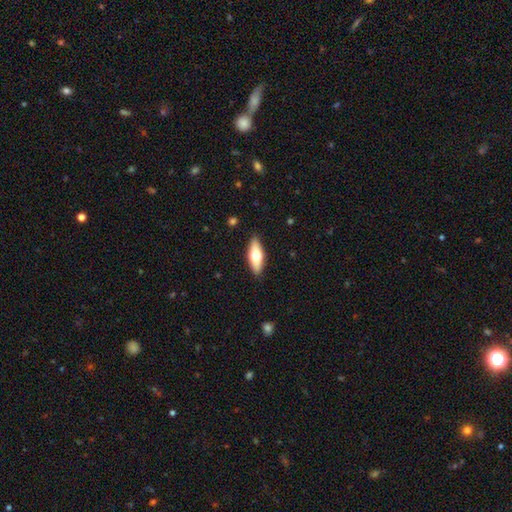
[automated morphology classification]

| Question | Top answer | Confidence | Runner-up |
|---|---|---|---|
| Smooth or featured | smooth | 61% | featured or disk (34%) |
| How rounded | in between | 64% | cigar-shaped (34%) |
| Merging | none | 89% | minor disturbance (8%) |